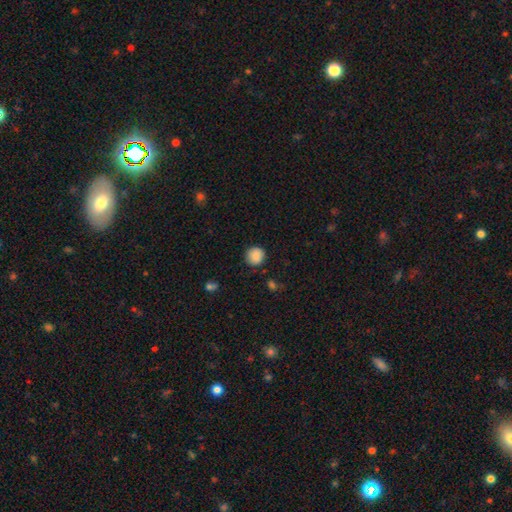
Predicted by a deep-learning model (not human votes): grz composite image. It shows a smooth galaxy with no disk features (88%) that is round (92%). Merging: none (86%).